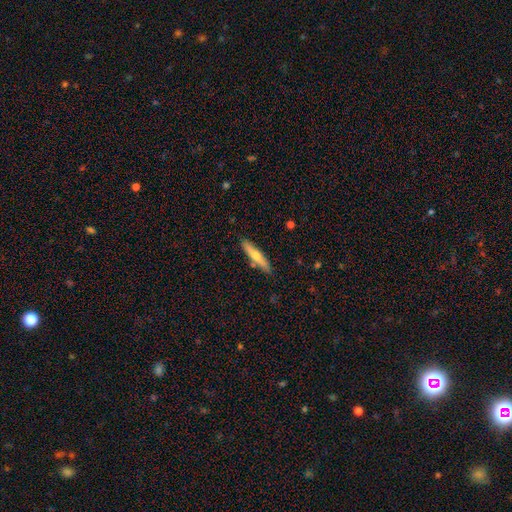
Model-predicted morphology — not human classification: smooth-or-featured: smooth: 49% | featured or disk: 45% | star or artifact: 6%
  merging: none: 85% | minor disturbance: 10% | merger: 3% | major disturbance: 2%